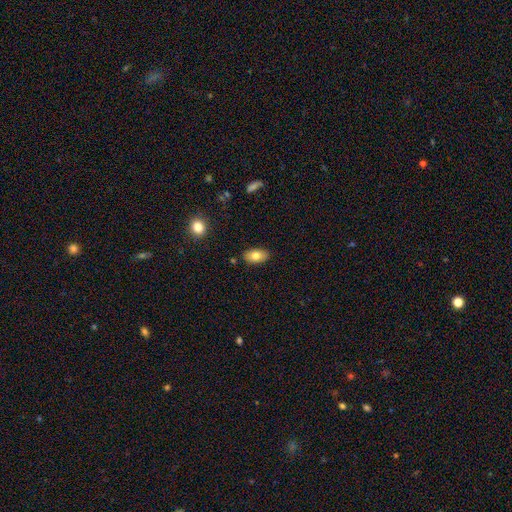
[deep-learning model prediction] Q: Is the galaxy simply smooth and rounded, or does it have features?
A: smooth — 80%.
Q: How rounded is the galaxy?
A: in between — 92%.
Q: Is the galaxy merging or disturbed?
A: none — 86%.